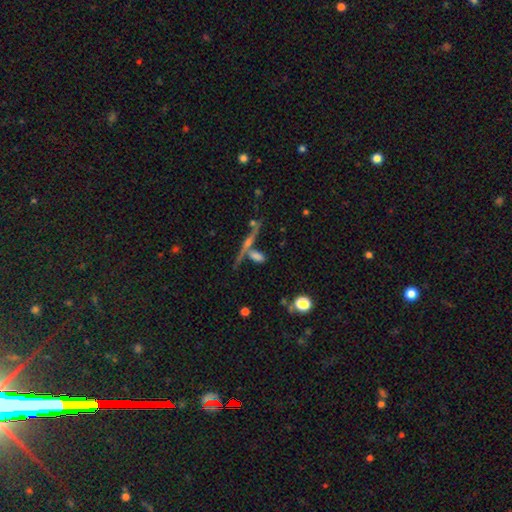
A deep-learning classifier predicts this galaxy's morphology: Smooth or featured? Predicted: smooth (p=0.50). How rounded? Predicted: cigar-shaped (p=0.46). Merging? Predicted: none (p=0.49).